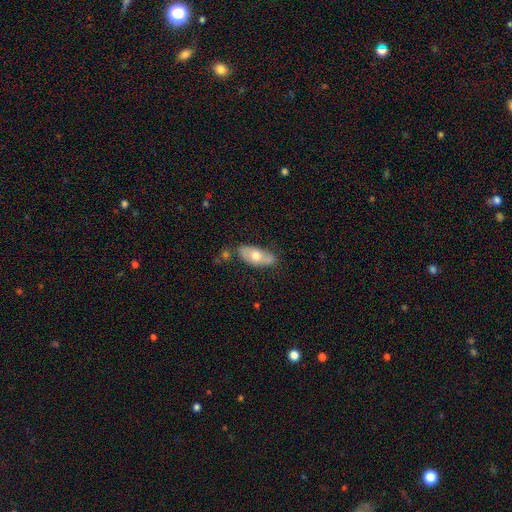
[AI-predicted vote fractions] A smooth galaxy with no disk features (58%) that is in between round and cigar-shaped (86%).

Vote fractions:
- Smooth or featured? smooth: 58% / featured or disk: 36% / star or artifact: 6%
- How rounded? in between: 86% / cigar-shaped: 10% / round: 4%
- Merging? none: 67% / minor disturbance: 21% / merger: 7% / major disturbance: 5%